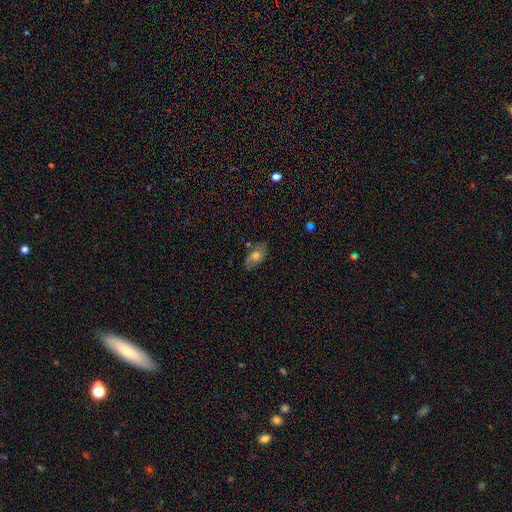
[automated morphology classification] Smooth or featured?
  - smooth: 57% *
  - featured or disk: 34%
  - star or artifact: 8%
How rounded?
  - in between: 89% *
  - round: 8%
  - cigar-shaped: 3%
Merging?
  - none: 73% *
  - minor disturbance: 19%
  - major disturbance: 5%
  - merger: 4%